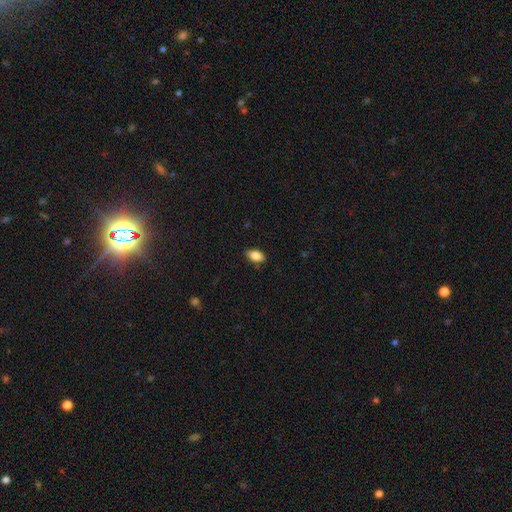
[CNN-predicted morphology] This appears to be a smooth galaxy with no disk features (86%) that is in between round and cigar-shaped (91%). Merging: none (84%).